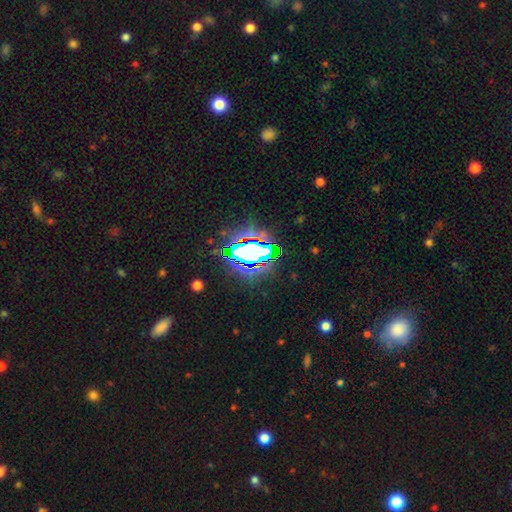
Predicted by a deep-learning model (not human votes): This appears to be a star or artifact, not a galaxy (60%).